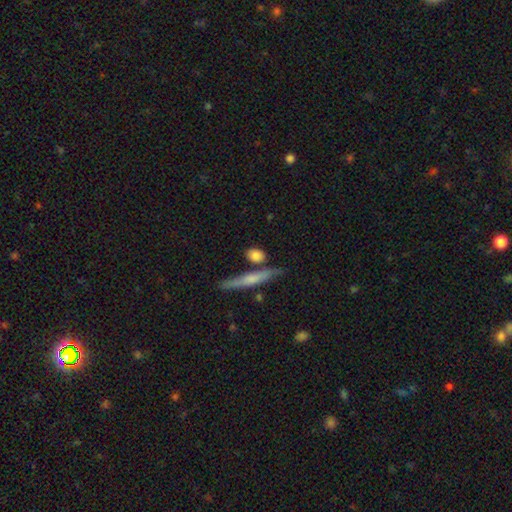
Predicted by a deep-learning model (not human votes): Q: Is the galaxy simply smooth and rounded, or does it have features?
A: smooth — 79%.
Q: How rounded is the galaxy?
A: in between — 42%.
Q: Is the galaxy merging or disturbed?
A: none — 68%.